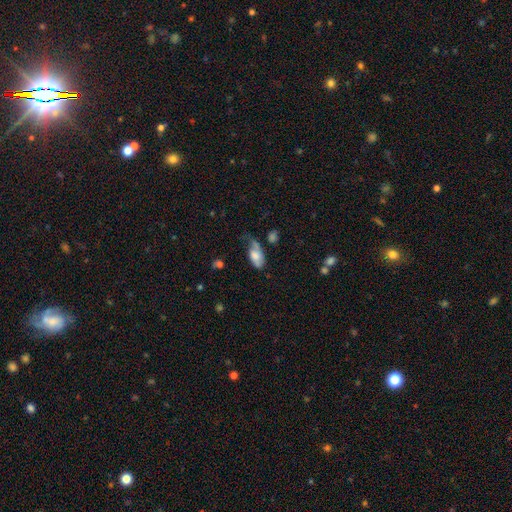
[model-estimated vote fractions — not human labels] smooth_or_featured: smooth (p=0.58) [alt: featured or disk p=0.35]
how_rounded: in between (p=0.90) [alt: round p=0.05]
merging: minor disturbance (p=0.33) [alt: major disturbance p=0.31]